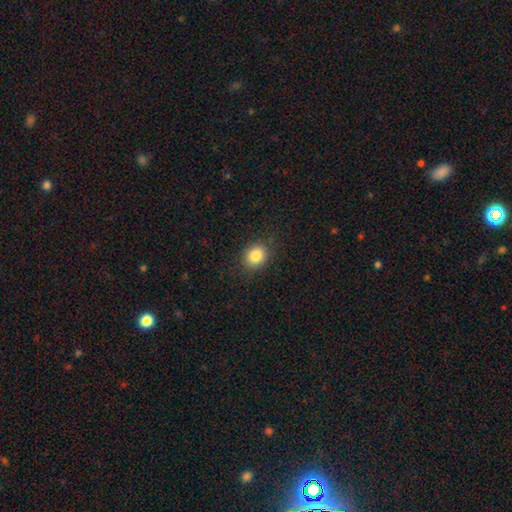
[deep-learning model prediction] Smooth or featured: smooth — 84% (star or artifact — 10%)
How rounded: round — 58% (in between — 41%)
Merging: none — 86% (minor disturbance — 10%)